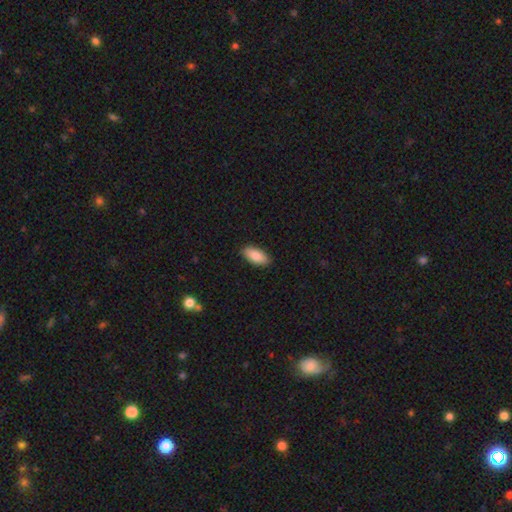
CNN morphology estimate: A smooth galaxy with no disk features (88%) that is in between round and cigar-shaped (89%).

Vote fractions:
- Smooth or featured? smooth: 88% / star or artifact: 6% / featured or disk: 6%
- How rounded? in between: 89% / cigar-shaped: 9% / round: 2%
- Merging? none: 89% / minor disturbance: 8% / major disturbance: 2% / merger: 1%